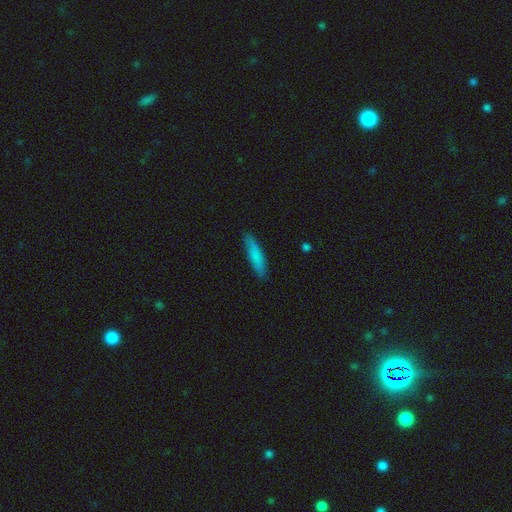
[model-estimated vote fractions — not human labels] Q: Smooth or featured?
A: smooth (80%); runner-up: featured or disk (14%)
Q: How rounded?
A: cigar-shaped (80%); runner-up: in between (19%)
Q: Merging?
A: none (87%); runner-up: minor disturbance (10%)